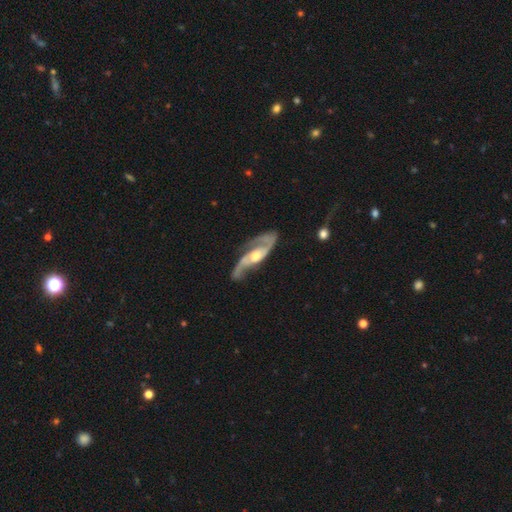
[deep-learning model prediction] Overall: featured or disk (90%). Edge-on disk: no (91%). Bar: no (51%; weak 34%). Spiral arms: yes (97%). Spiral arm count: 2 (91%). Spiral winding: medium (49%; loose 32%). Bulge size: moderate (70%). Merging: none (69%).